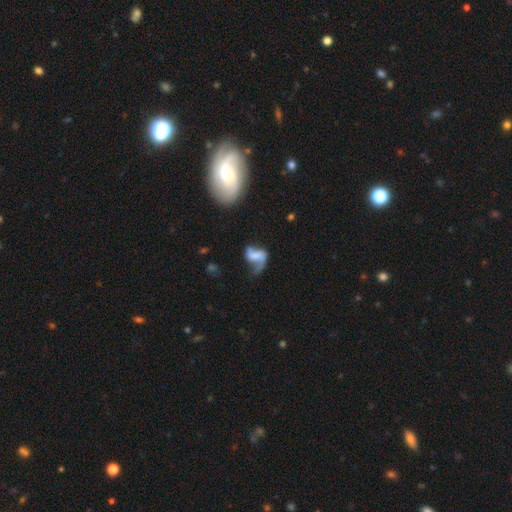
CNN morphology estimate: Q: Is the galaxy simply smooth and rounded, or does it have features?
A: featured or disk — 62%.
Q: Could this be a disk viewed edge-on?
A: no — 97%.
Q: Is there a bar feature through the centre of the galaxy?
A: no — 42%.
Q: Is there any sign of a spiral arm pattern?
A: yes — 80%.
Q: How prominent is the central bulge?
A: none — 56%.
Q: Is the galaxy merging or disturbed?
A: major disturbance — 37%.